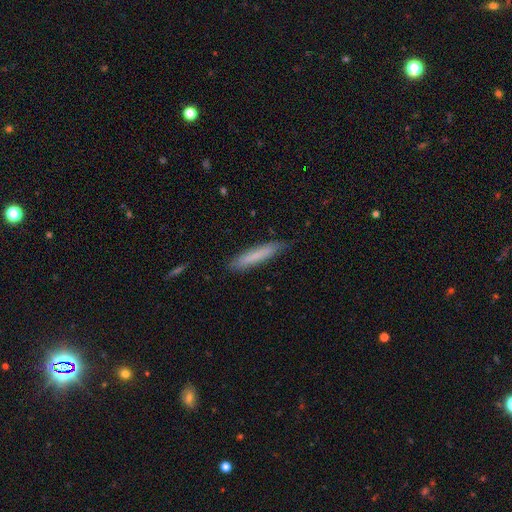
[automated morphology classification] The model was most divided on "smooth or featured": smooth: 76%, featured or disk: 18%, star or artifact: 6%. More confident: how rounded — cigar-shaped (92%); merging — none (84%).